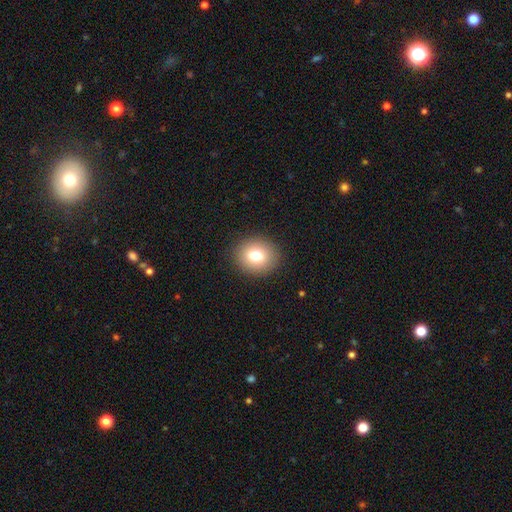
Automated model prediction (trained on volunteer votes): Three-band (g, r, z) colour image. It shows a smooth galaxy with no disk features (77%) that is round (70%). Merging: none (90%).